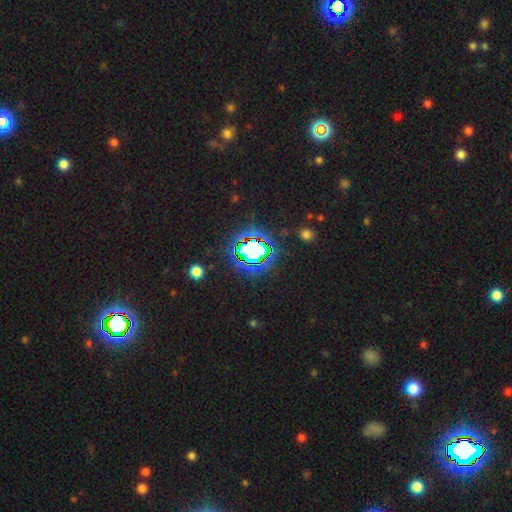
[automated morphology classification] A star or artifact, not a galaxy (70%).

Vote fractions:
- Smooth or featured? star or artifact: 70% / smooth: 19% / featured or disk: 11%